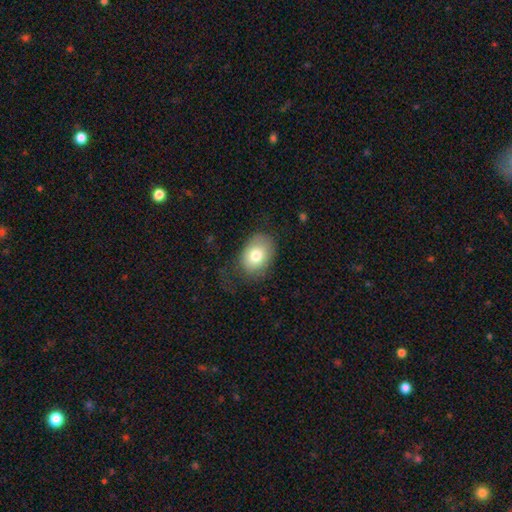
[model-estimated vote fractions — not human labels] smooth 77%, featured or disk 14%, star or artifact 8%. Down the decision tree: how rounded — in between (75%); merging — none (66%).